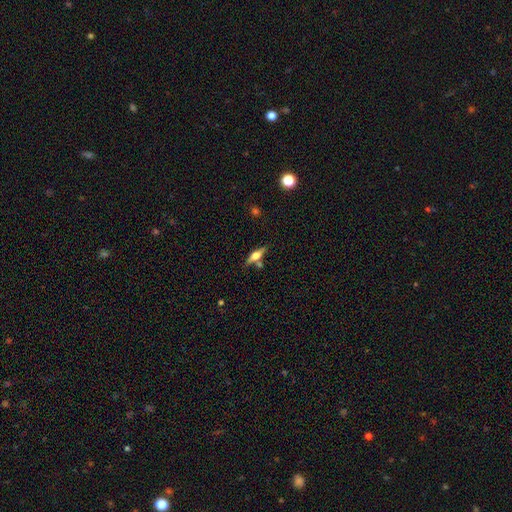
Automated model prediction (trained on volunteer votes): Overall: featured or disk (55%; smooth 37%). Edge-on disk: yes (94%). Edge-on bulge: rounded (91%). Merging: none (70%).